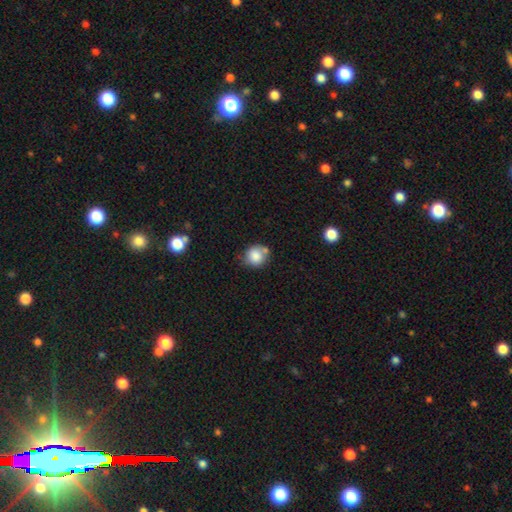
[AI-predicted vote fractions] Smooth or featured?
  - smooth: 83% *
  - star or artifact: 9%
  - featured or disk: 8%
How rounded?
  - round: 82% *
  - in between: 17%
  - cigar-shaped: 1%
Merging?
  - none: 58% *
  - minor disturbance: 21%
  - merger: 15%
  - major disturbance: 5%